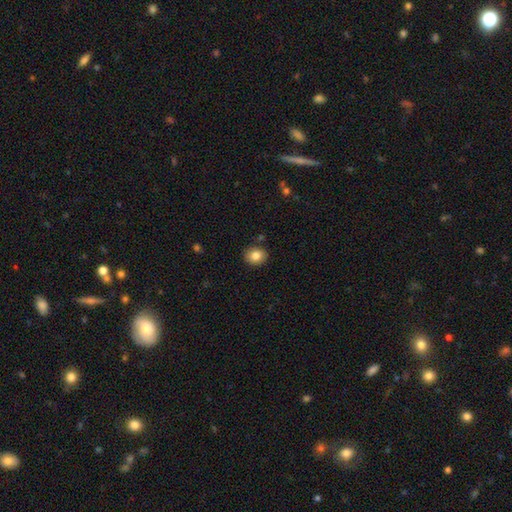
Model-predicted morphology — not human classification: Smooth or featured?
  - smooth: 83% *
  - star or artifact: 9%
  - featured or disk: 8%
How rounded?
  - round: 64% *
  - in between: 36%
  - cigar-shaped: 1%
Merging?
  - none: 88% *
  - minor disturbance: 9%
  - major disturbance: 2%
  - merger: 2%